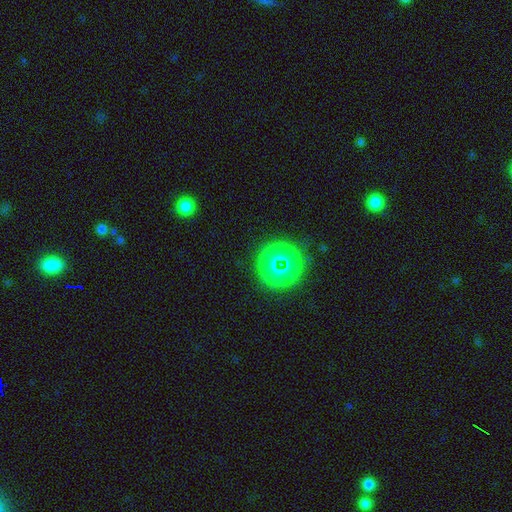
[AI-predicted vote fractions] Smooth or featured: star or artifact — 76% (smooth — 17%)